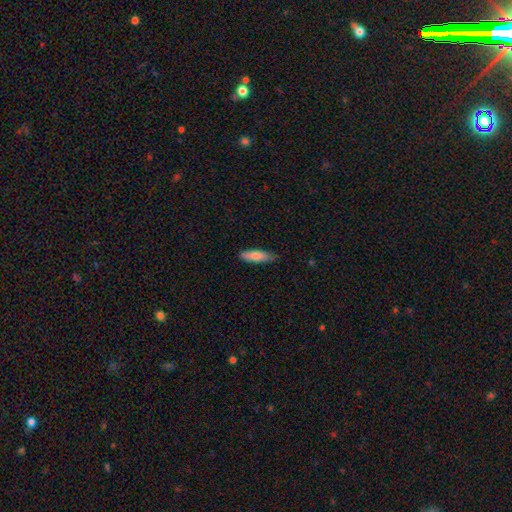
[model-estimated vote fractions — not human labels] Smooth or featured: smooth — 81% (featured or disk — 13%)
How rounded: cigar-shaped — 54% (in between — 45%)
Merging: none — 78% (minor disturbance — 18%)